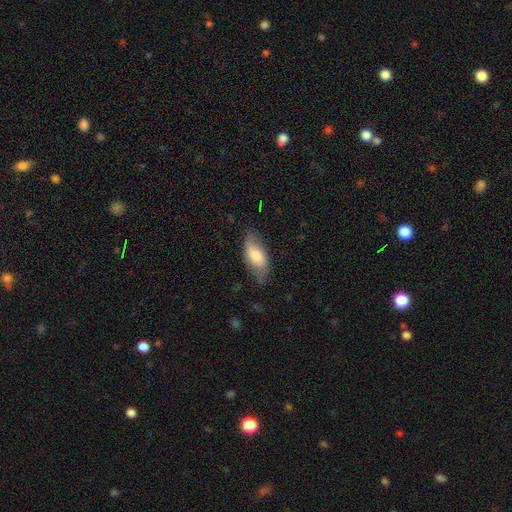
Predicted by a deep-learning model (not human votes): Morphology: type=smooth (70%); roundness=in between (87%); merging=none (73%).